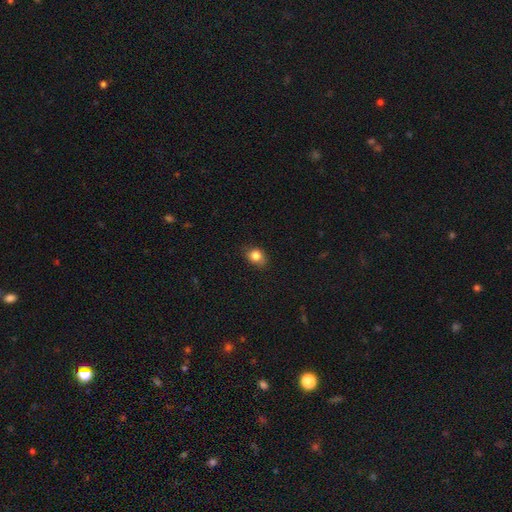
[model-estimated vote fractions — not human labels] Morphology: type=smooth (83%); roundness=in between (52%); merging=none (75%).